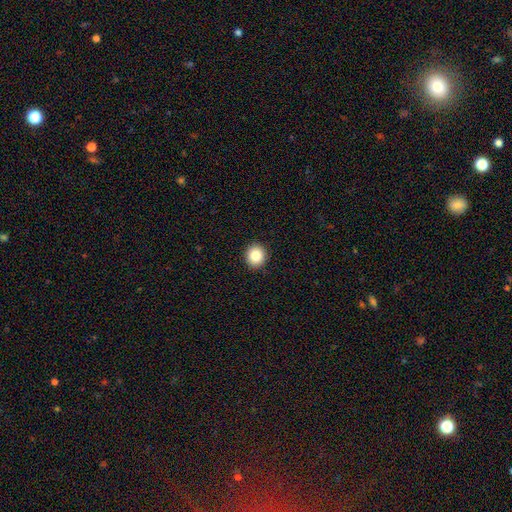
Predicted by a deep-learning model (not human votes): A smooth galaxy with no disk features (85%) that is round (79%).

Vote fractions:
- Smooth or featured? smooth: 85% / star or artifact: 9% / featured or disk: 6%
- How rounded? round: 79% / in between: 20% / cigar-shaped: 1%
- Merging? none: 92% / minor disturbance: 5% / major disturbance: 2% / merger: 1%